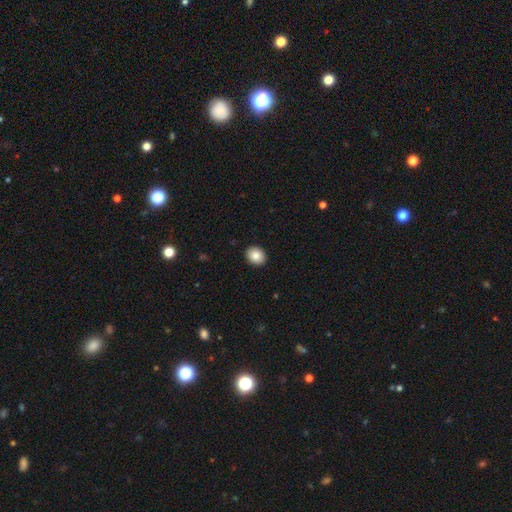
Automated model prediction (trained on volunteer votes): Overall: smooth (86%). How rounded: round (53%; in between 46%). Merging: none (92%).